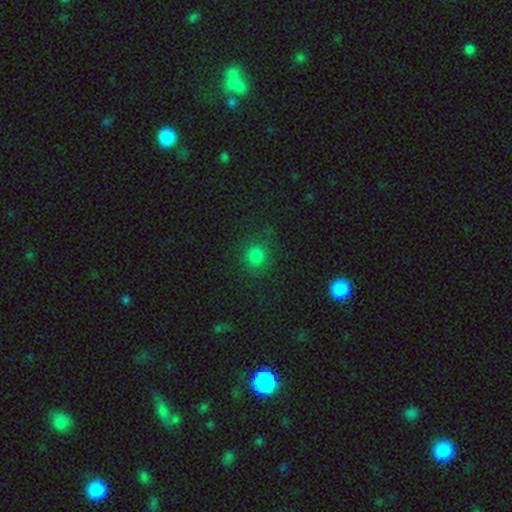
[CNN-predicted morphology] smooth_or_featured: smooth (p=0.79) [alt: star or artifact p=0.16]
how_rounded: round (p=0.91) [alt: in between p=0.08]
merging: none (p=0.86) [alt: minor disturbance p=0.08]